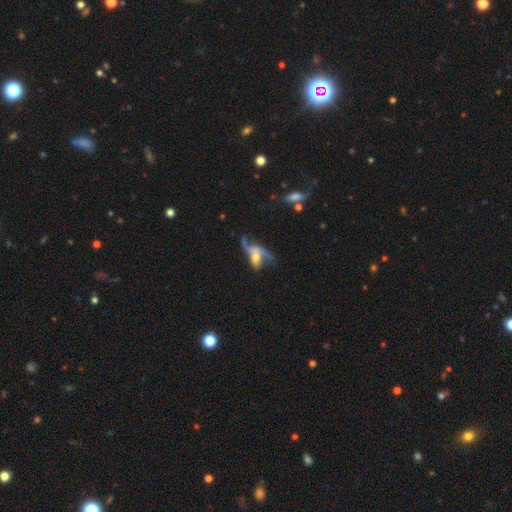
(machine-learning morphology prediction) Smooth or featured? Predicted: featured or disk (p=0.61). Edge-on disk? Predicted: no (p=0.87). Bar? Predicted: no (p=0.64). Spiral arms? Predicted: yes (p=0.63). Bulge size? Predicted: moderate (p=0.48). Merging? Predicted: major disturbance (p=0.40).